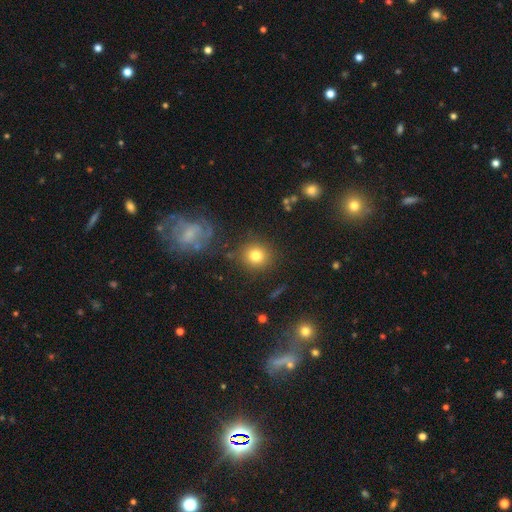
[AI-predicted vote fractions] A smooth galaxy with no disk features (78%) that is round (89%). Merging: none (84%).